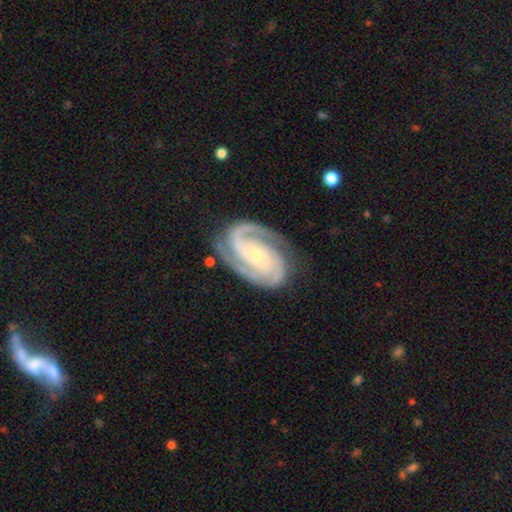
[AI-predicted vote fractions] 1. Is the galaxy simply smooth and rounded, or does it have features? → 92% featured or disk, 4% star or artifact, 4% smooth.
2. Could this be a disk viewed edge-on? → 97% no, 3% yes.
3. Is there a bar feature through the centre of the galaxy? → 49% no, 30% weak, 21% strong.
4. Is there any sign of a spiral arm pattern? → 99% yes, 1% no.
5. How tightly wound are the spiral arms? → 53% tight, 41% medium, 6% loose.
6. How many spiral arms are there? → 73% 2, 16% 3, 4% can't tell, 3% 4, 2% 1, 2% more than 4.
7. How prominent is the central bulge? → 70% small, 25% moderate, 2% none, 2% large, 1% dominant.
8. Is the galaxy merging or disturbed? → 79% none, 15% minor disturbance, 5% major disturbance, 1% merger.